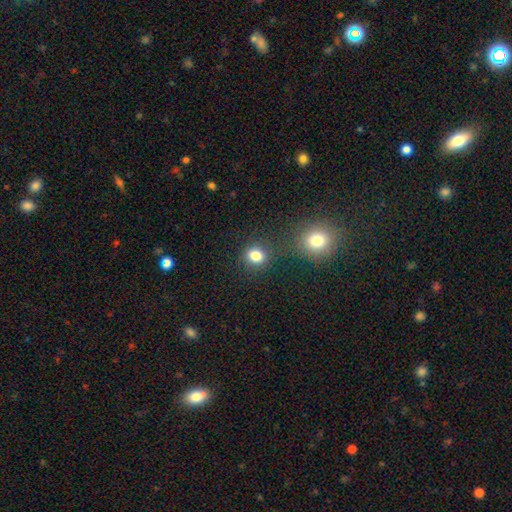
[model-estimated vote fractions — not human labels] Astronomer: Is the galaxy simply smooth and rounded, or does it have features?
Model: smooth — 81%.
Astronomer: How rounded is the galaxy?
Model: round — 74%.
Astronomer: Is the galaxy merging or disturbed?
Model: none — 78%.